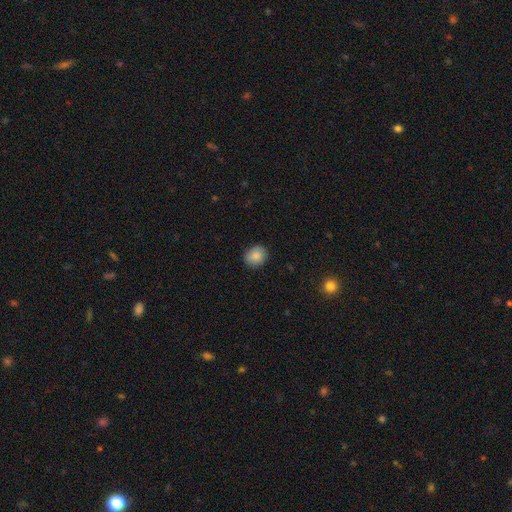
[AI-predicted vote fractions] Morphology: type=smooth (87%); roundness=round (63%); merging=none (88%).